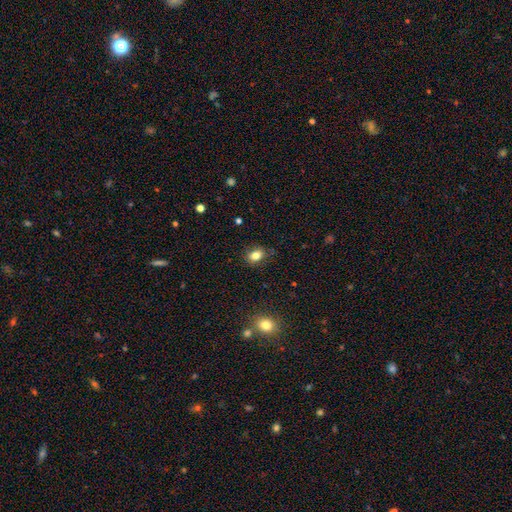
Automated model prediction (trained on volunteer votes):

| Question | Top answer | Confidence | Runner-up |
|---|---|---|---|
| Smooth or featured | smooth | 82% | star or artifact (11%) |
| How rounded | in between | 64% | round (35%) |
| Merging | none | 82% | minor disturbance (14%) |